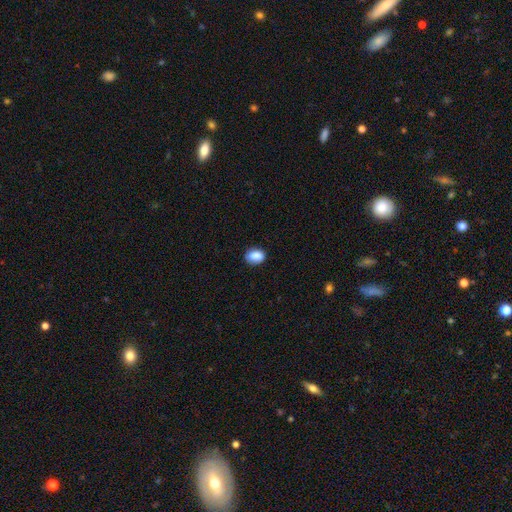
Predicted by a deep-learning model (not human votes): Q: Smooth or featured?
A: smooth (86%); runner-up: star or artifact (8%)
Q: How rounded?
A: in between (70%); runner-up: round (28%)
Q: Merging?
A: none (80%); runner-up: minor disturbance (15%)